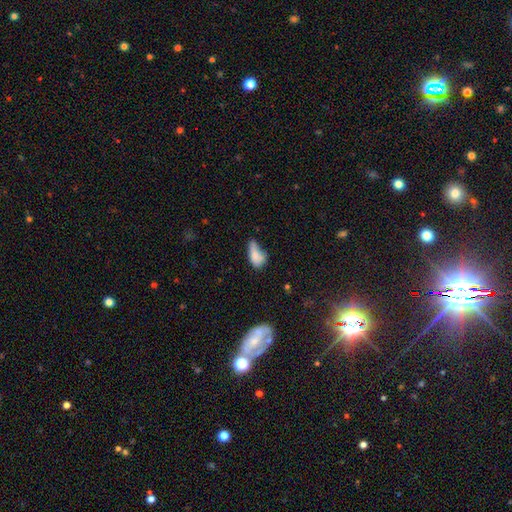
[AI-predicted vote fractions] A smooth galaxy with no disk features (73%) that is in between round and cigar-shaped (85%).

Vote fractions:
- Smooth or featured? smooth: 73% / featured or disk: 17% / star or artifact: 10%
- How rounded? in between: 85% / cigar-shaped: 9% / round: 7%
- Merging? minor disturbance: 34% / none: 27% / major disturbance: 22% / merger: 17%